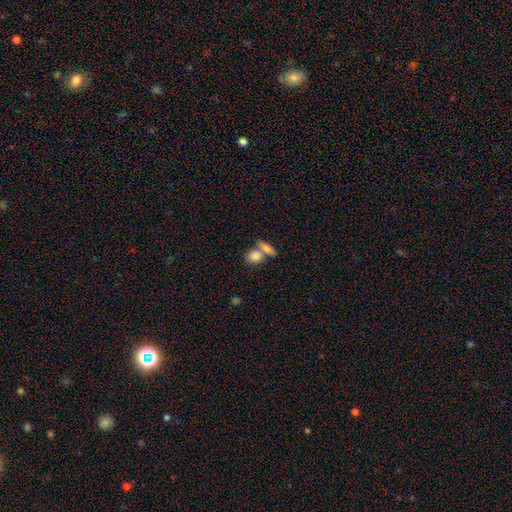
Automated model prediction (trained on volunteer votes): Q: Smooth or featured?
A: smooth (82%); runner-up: featured or disk (10%)
Q: How rounded?
A: round (49%); runner-up: in between (44%)
Q: Merging?
A: none (46%); runner-up: merger (42%)